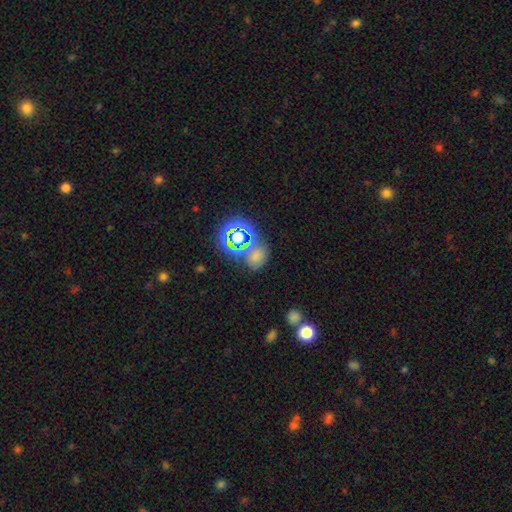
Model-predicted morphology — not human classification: Q: Smooth or featured?
A: smooth (53%); runner-up: star or artifact (38%)
Q: How rounded?
A: round (52%); runner-up: in between (47%)
Q: Merging?
A: none (57%); runner-up: merger (21%)